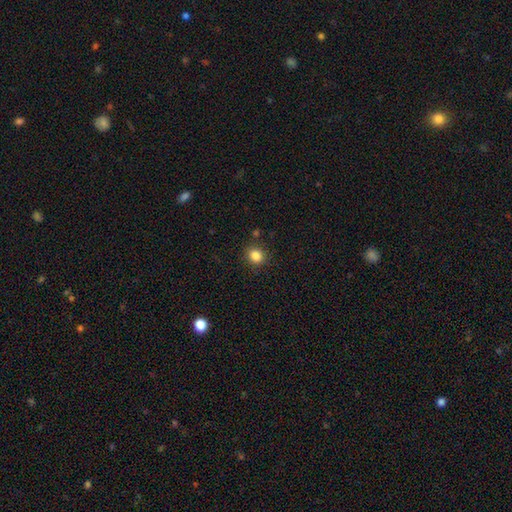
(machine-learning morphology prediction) Q: Smooth or featured?
A: smooth (84%); runner-up: star or artifact (11%)
Q: How rounded?
A: round (79%); runner-up: in between (21%)
Q: Merging?
A: none (87%); runner-up: minor disturbance (8%)